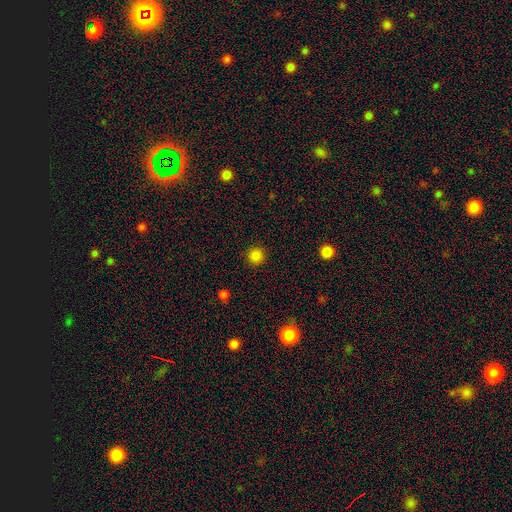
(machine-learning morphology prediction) smooth 85%, star or artifact 12%, featured or disk 3%. Down the decision tree: how rounded — round (95%); merging — none (92%).